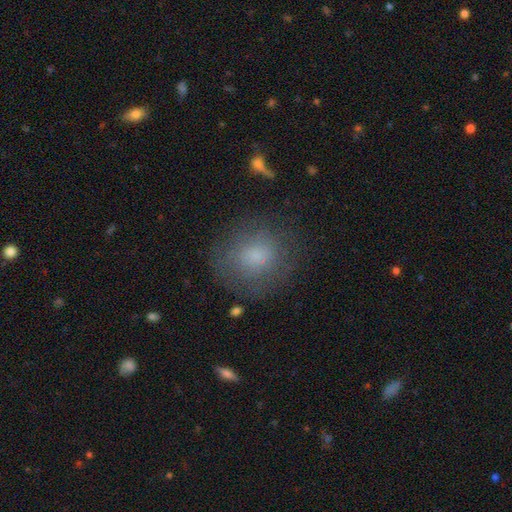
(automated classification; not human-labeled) A smooth galaxy with no disk features (70%) that is round (79%).

Vote fractions:
- Smooth or featured? smooth: 70% / featured or disk: 18% / star or artifact: 11%
- How rounded? round: 79% / in between: 20% / cigar-shaped: 1%
- Merging? none: 72% / minor disturbance: 17% / major disturbance: 9% / merger: 2%